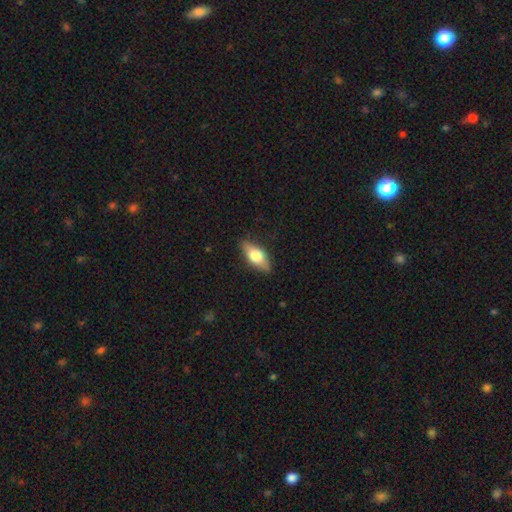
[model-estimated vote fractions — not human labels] This appears to be a smooth galaxy with no disk features (60%) that is in between round and cigar-shaped (77%). Merging: none (83%).